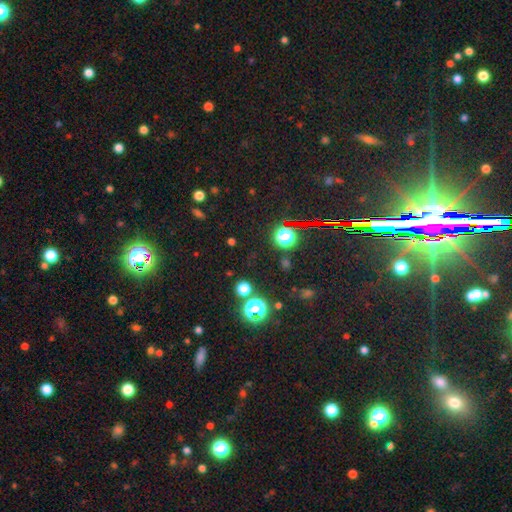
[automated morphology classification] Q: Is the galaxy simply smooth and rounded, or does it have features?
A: star or artifact — 81%.